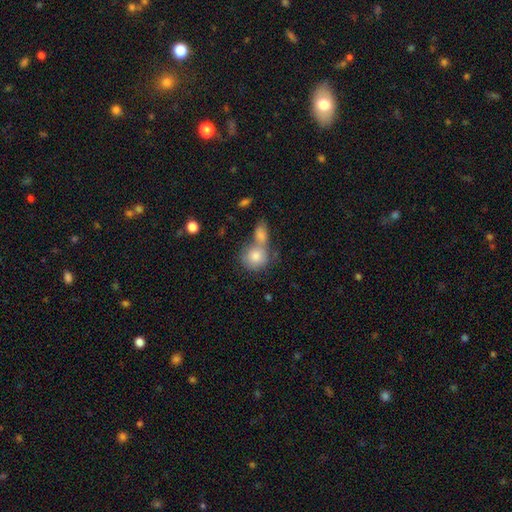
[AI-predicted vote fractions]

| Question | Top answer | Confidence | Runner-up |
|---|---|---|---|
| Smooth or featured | smooth | 79% | featured or disk (13%) |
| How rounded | round | 78% | in between (21%) |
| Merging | merger | 47% | none (38%) |